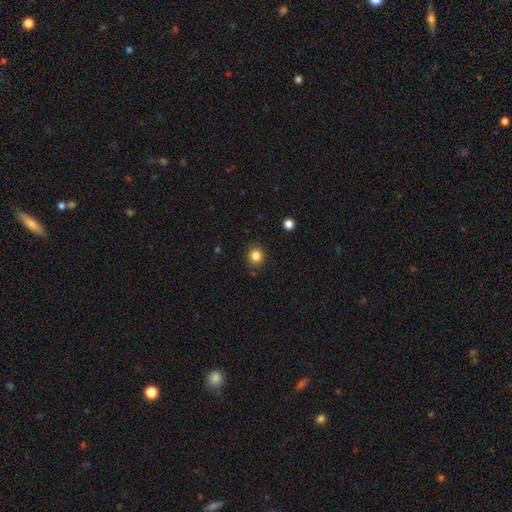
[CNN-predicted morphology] type=smooth (84%); roundness=round (86%); merging=none (88%).